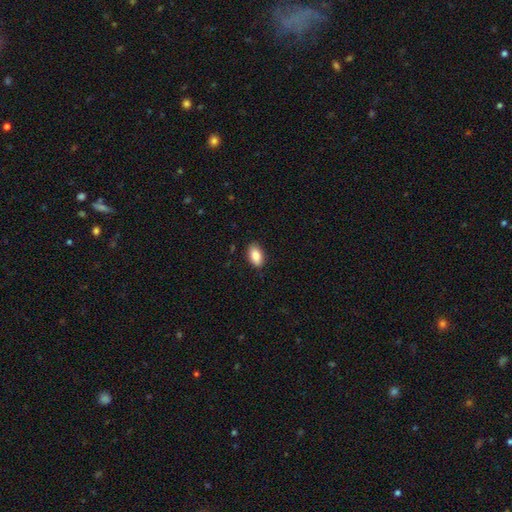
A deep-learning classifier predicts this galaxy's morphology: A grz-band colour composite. It shows a smooth galaxy with no disk features (87%) that is in between round and cigar-shaped (93%). Merging: none (87%).